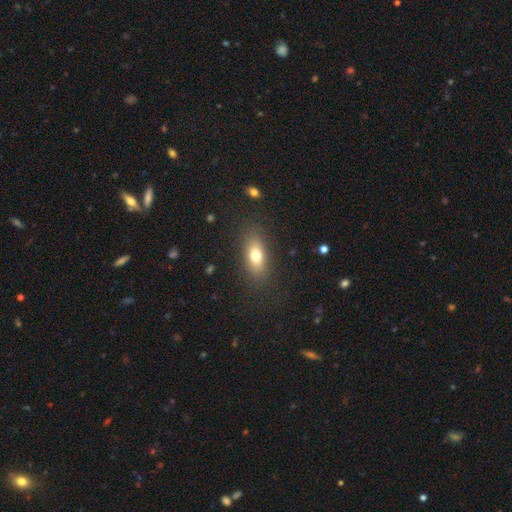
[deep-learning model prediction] This is likely a smooth galaxy (74%). How rounded: likely in between (79%). Merging: clearly none (84%).